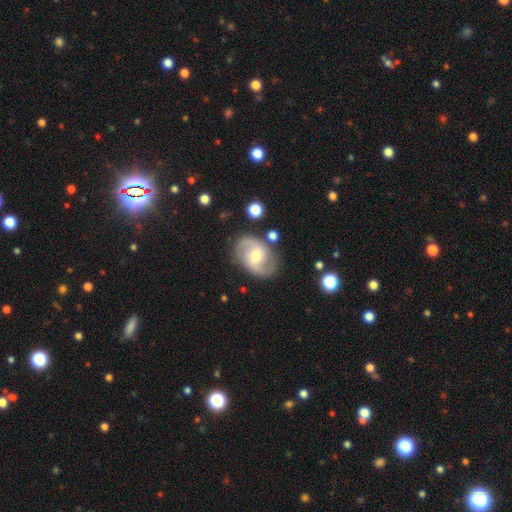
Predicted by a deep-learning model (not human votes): A featured or disk galaxy (76%) with a weak bar (48%), 2 (88%) medium (51%) spiral arms (90%) and a moderate central bulge (63%).

Vote fractions:
- Smooth or featured? featured or disk: 76% / smooth: 18% / star or artifact: 6%
- Edge-on disk? no: 97% / yes: 3%
- Bar? weak: 48% / no: 39% / strong: 13%
- Spiral arms? yes: 90% / no: 10%
- Spiral winding? medium: 51% / loose: 28% / tight: 22%
- Spiral arm count? 2: 88% / can't tell: 6% / 1: 2% / 3: 2% / 4: 1% / more than 4: 1%
- Bulge size? moderate: 63% / small: 29% / large: 5% / none: 1% / dominant: 1%
- Merging? none: 78% / minor disturbance: 14% / major disturbance: 5% / merger: 3%